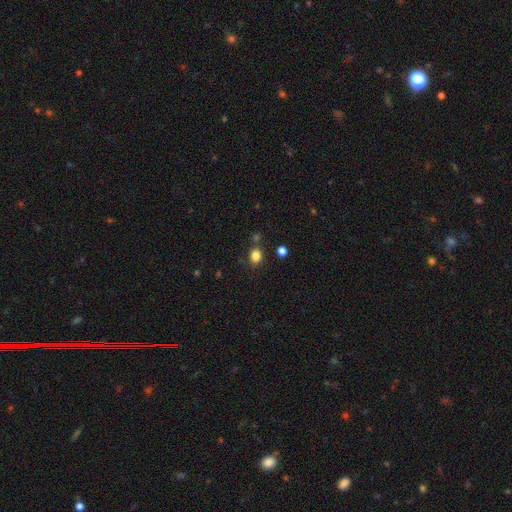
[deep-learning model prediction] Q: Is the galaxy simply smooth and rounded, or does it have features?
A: smooth — 83%.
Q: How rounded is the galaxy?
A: in between — 54%.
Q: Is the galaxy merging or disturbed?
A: none — 76%.